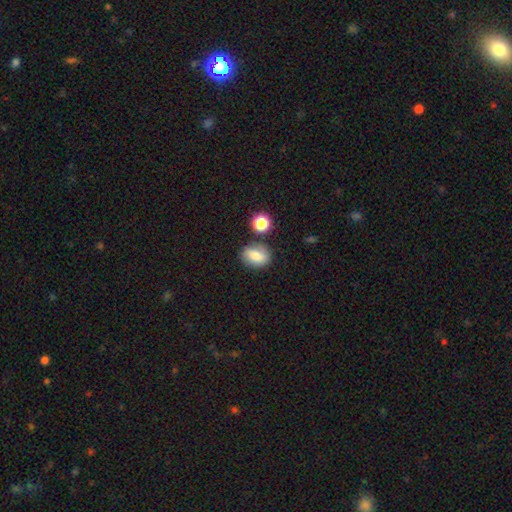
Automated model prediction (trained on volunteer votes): Overall: smooth (70%). How rounded: in between (66%; round 32%). Merging: none (75%).